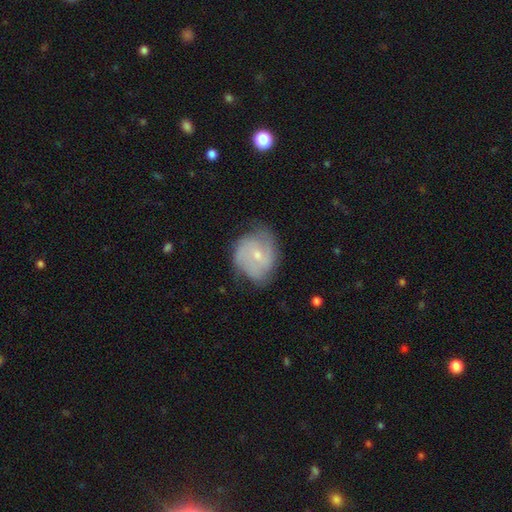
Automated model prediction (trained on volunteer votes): This appears to be a featured or disk galaxy (62%) with a weak bar (45%, tied with no), 2 (52%) medium (43%) spiral arms (84%) and a small central bulge (63%). Merging: none (58%).